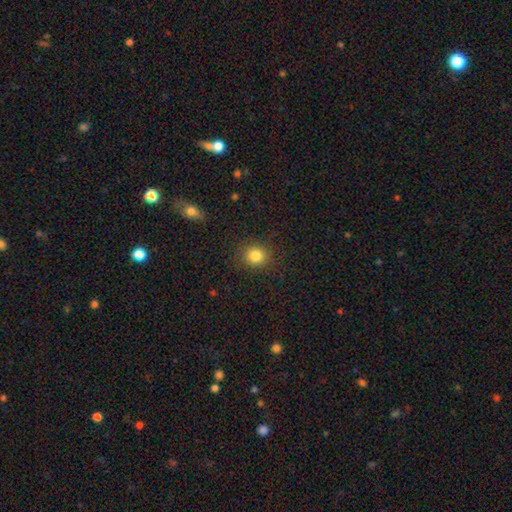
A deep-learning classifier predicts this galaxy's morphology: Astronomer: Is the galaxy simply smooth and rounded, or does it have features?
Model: smooth — 84%.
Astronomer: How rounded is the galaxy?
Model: round — 83%.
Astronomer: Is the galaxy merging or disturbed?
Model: none — 88%.